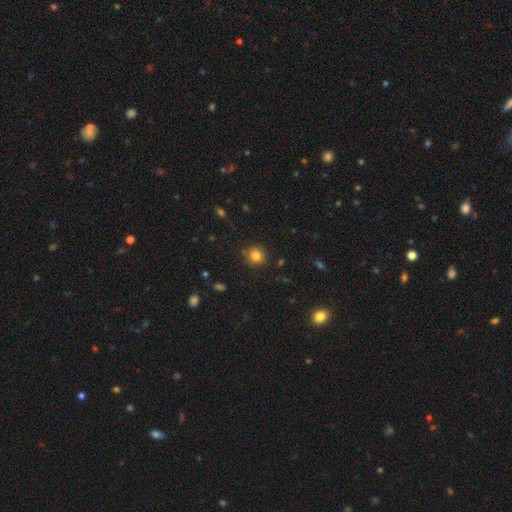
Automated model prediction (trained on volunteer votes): This appears to be a smooth galaxy with no disk features (82%) that is round (92%). Merging: none (89%).